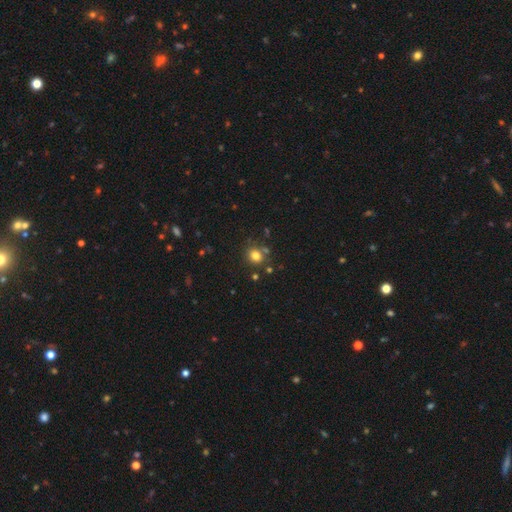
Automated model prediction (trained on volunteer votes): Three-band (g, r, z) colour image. It shows a smooth galaxy with no disk features (79%) that is round (80%). Merging: none (76%).